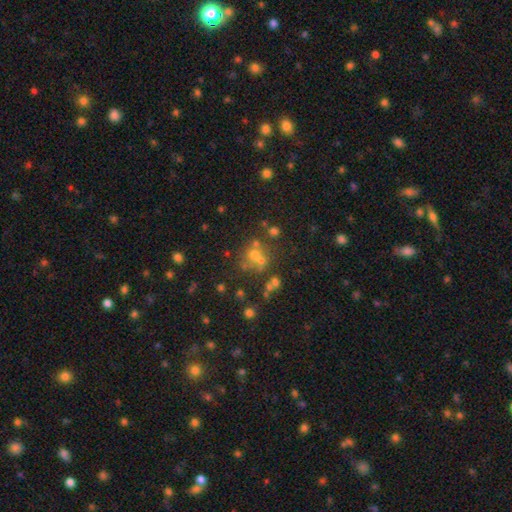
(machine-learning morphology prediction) Overall: smooth (44%; star or artifact 35%). Merging: none (49%; merger 34%).